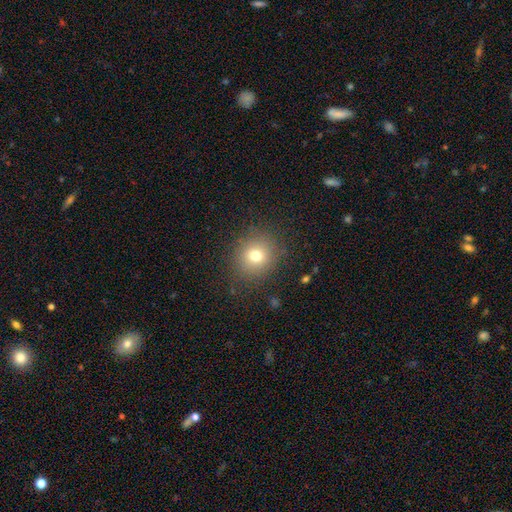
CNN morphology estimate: The model was most divided on "smooth or featured": smooth: 73%, star or artifact: 16%, featured or disk: 11%. More confident: how rounded — round (87%); merging — none (87%).